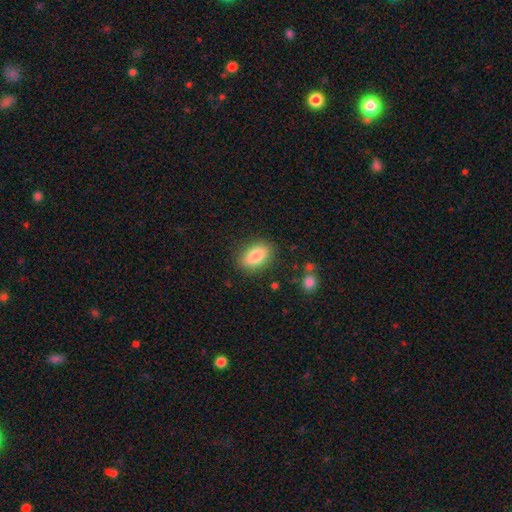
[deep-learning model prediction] This is clearly a smooth galaxy (85%). How rounded: clearly in between (89%). Merging: clearly none (84%).